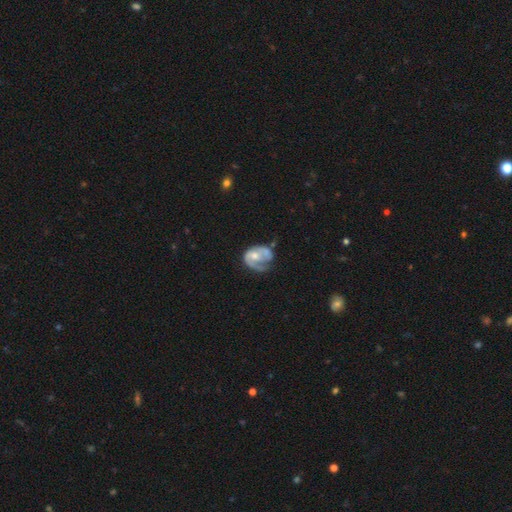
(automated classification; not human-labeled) Smooth or featured: featured or disk — 69% (smooth — 26%)
Edge-on disk: no — 98% (yes — 2%)
Bar: no — 64% (weak — 30%)
Spiral arms: yes — 77% (no — 23%)
Spiral winding: tight — 38% (medium — 37%)
Spiral arm count: 1 — 46% (2 — 35%)
Bulge size: moderate — 55% (small — 32%)
Merging: none — 34% (major disturbance — 32%)